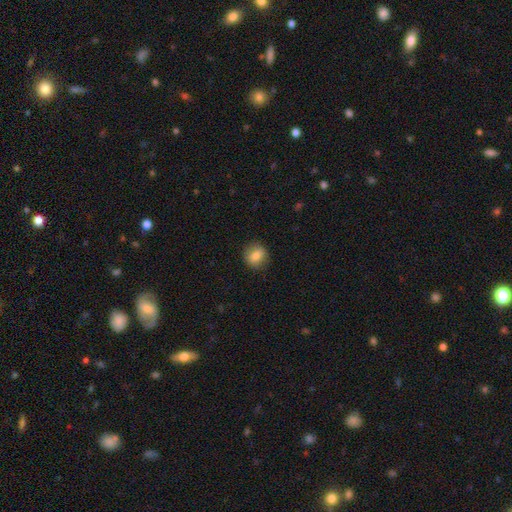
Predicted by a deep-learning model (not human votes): This appears to be a smooth galaxy with no disk features (78%) that is round (81%). Merging: none (87%).